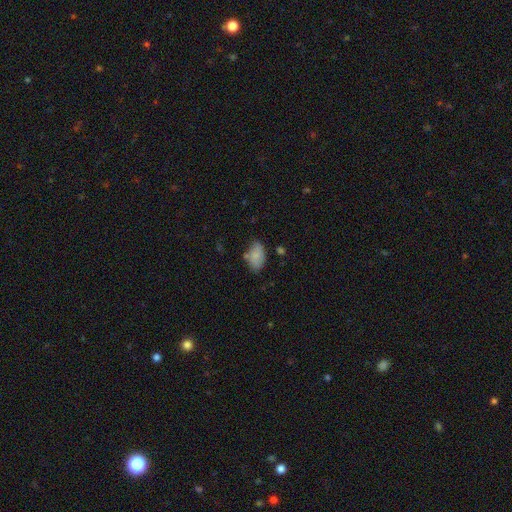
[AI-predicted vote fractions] This appears to be a smooth galaxy with no disk features (82%) that is in between round and cigar-shaped (92%). Merging: none (64%).